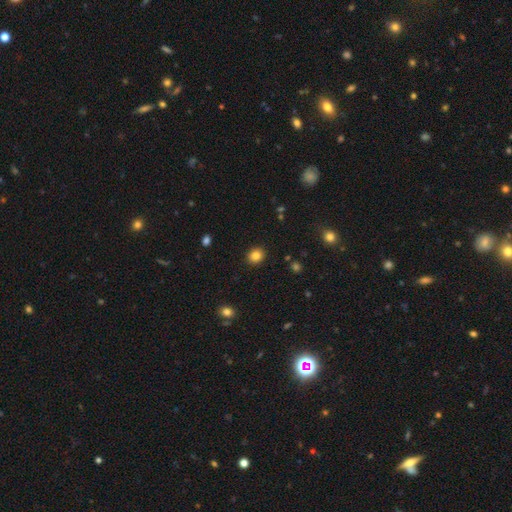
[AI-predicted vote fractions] Q: Smooth or featured?
A: smooth (84%); runner-up: star or artifact (11%)
Q: How rounded?
A: round (72%); runner-up: in between (27%)
Q: Merging?
A: none (90%); runner-up: minor disturbance (6%)